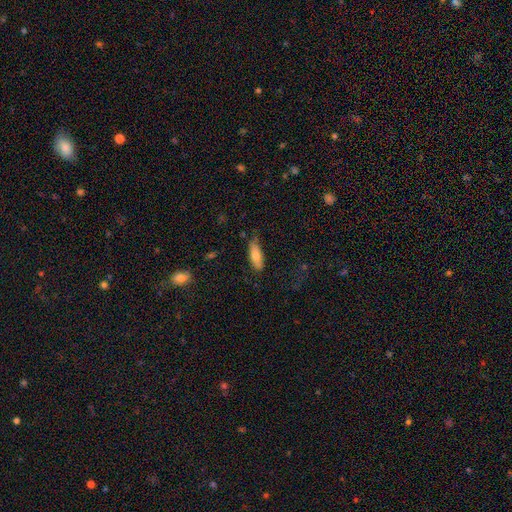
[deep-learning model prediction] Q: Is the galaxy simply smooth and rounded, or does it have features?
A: smooth — 76%.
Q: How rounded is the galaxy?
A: in between — 64%.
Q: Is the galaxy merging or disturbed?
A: none — 73%.